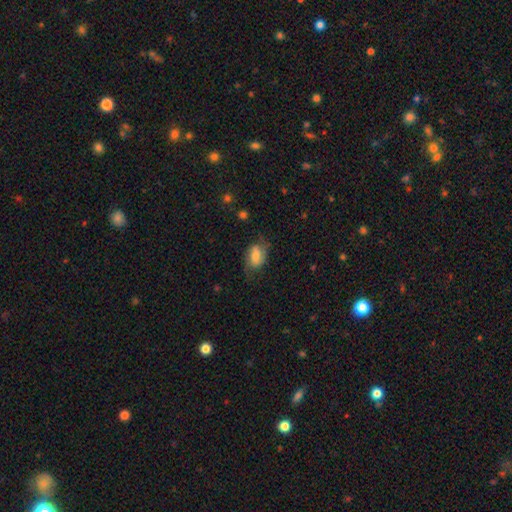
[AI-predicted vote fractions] Smooth or featured? smooth (48%)
Merging? none (61%)